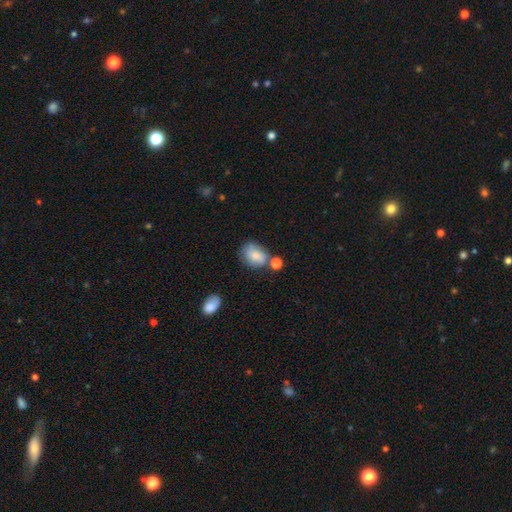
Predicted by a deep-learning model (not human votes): Smooth or featured? Predicted: smooth (p=0.68). How rounded? Predicted: in between (p=0.61). Merging? Predicted: none (p=0.50).